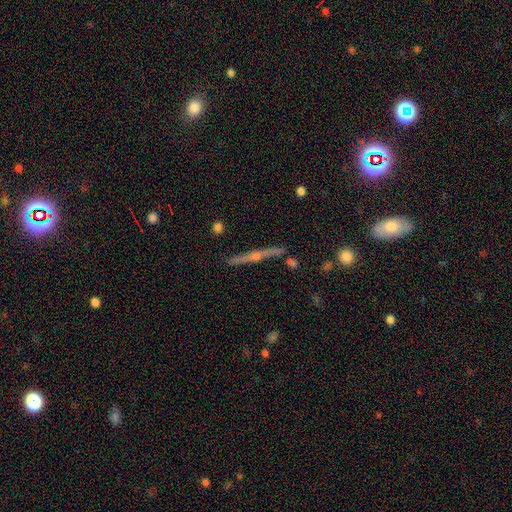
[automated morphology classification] Smooth or featured? featured or disk (73%)
Edge-on disk? yes (97%)
Edge-on bulge? rounded (76%)
Merging? none (86%)